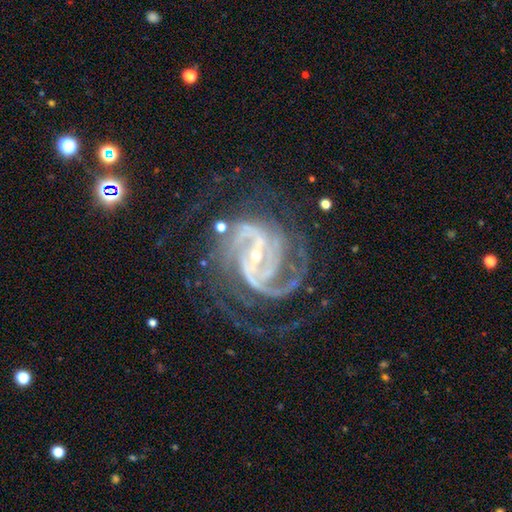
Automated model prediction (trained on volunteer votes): smooth-or-featured: featured or disk: 92% | star or artifact: 5% | smooth: 2%
  disk-edge-on: no: 98% | yes: 2%
    bar: strong: 53% | weak: 32% | no: 15%
    has-spiral-arms: yes: 99% | no: 1%
      spiral-winding: medium: 48% | tight: 41% | loose: 10%
      spiral-arm-count: 2: 38% | 3: 24% | 4: 13% | can't tell: 11% | more than 4: 7% | 1: 7%
    bulge-size: small: 77% | moderate: 19% | none: 2% | large: 1% | dominant: 1%
  merging: none: 59% | major disturbance: 20% | minor disturbance: 17% | merger: 3%